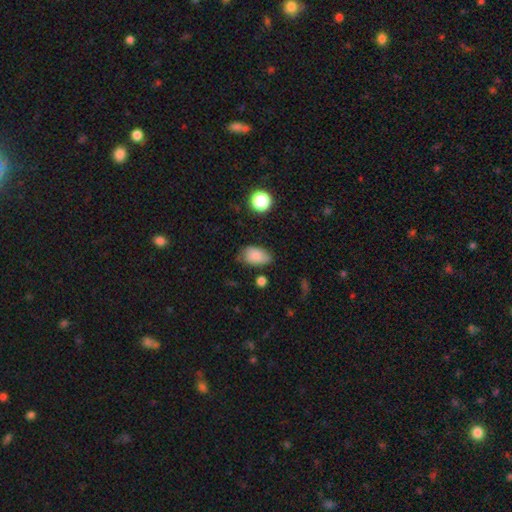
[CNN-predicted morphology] smooth 84%, star or artifact 9%, featured or disk 7%. Down the decision tree: how rounded — in between (89%); merging — none (62%).